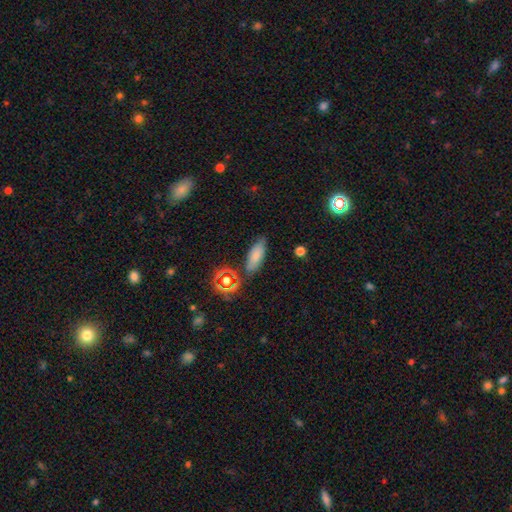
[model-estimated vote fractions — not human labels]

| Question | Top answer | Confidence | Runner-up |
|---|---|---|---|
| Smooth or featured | smooth | 74% | featured or disk (13%) |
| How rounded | in between | 73% | cigar-shaped (23%) |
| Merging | none | 76% | minor disturbance (15%) |